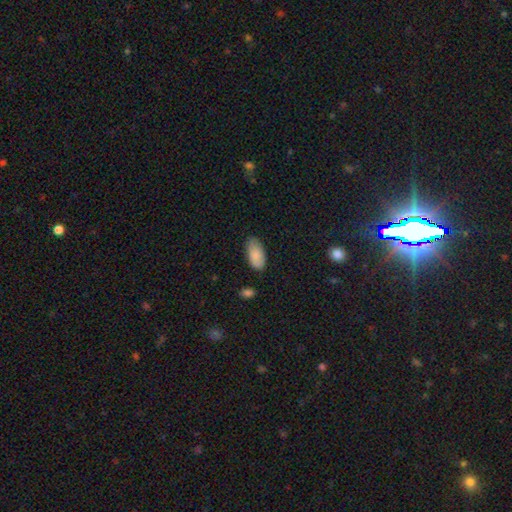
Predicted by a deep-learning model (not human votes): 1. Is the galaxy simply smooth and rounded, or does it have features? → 84% smooth, 9% featured or disk, 7% star or artifact.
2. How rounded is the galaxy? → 93% in between, 4% cigar-shaped, 2% round.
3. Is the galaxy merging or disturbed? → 75% none, 20% minor disturbance, 3% major disturbance, 2% merger.